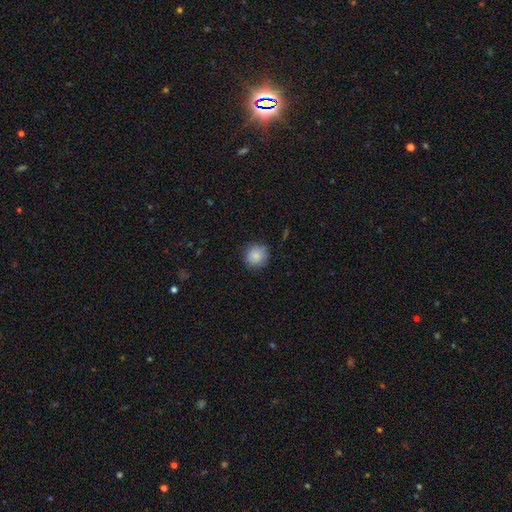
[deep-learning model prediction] Smooth or featured? smooth (84%)
How rounded? round (92%)
Merging? none (83%)